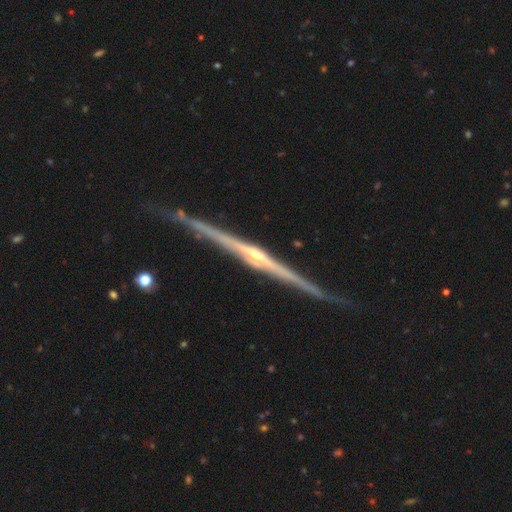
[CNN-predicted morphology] Smooth or featured? featured or disk (90%)
Edge-on disk? yes (98%)
Edge-on bulge? rounded (78%)
Merging? none (83%)